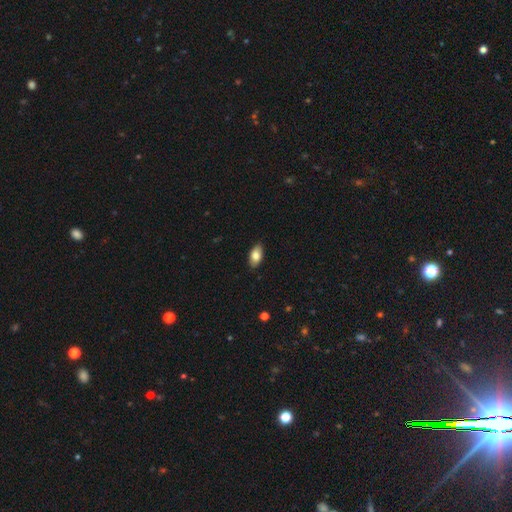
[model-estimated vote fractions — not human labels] A smooth galaxy with no disk features (81%) that is in between round and cigar-shaped (92%). Merging: none (87%).